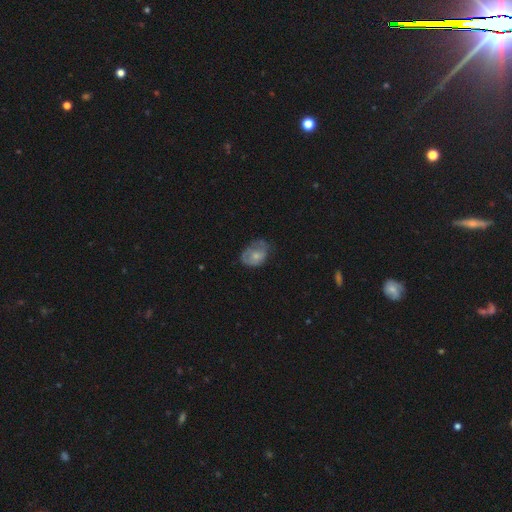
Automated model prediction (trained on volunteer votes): Smooth or featured? Predicted: smooth (p=0.54). How rounded? Predicted: in between (p=0.69). Merging? Predicted: none (p=0.41).